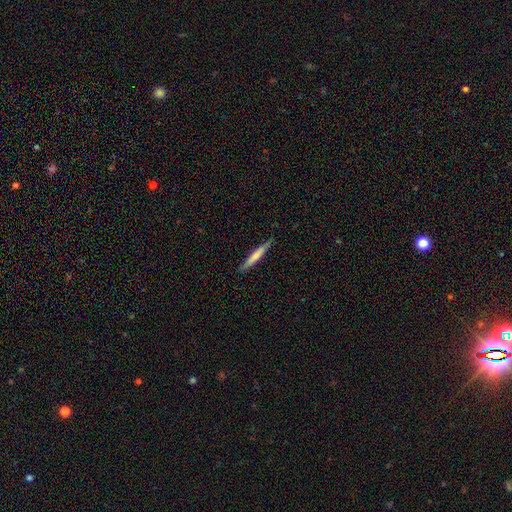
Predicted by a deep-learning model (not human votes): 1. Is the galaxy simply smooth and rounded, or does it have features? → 62% smooth, 33% featured or disk, 5% star or artifact.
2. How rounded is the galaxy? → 95% cigar-shaped, 4% in between, 1% round.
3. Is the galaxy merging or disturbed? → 88% none, 9% minor disturbance, 2% major disturbance, 1% merger.